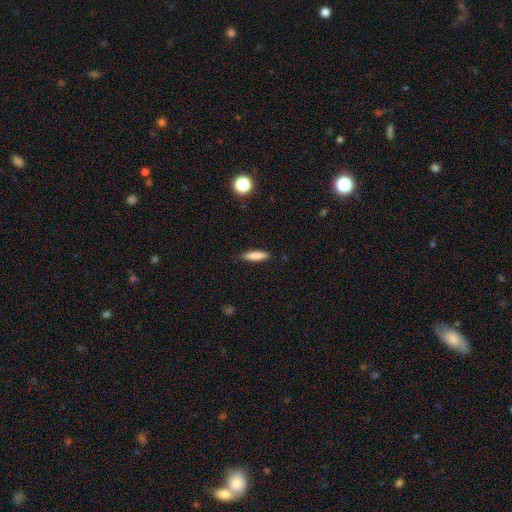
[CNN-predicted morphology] Smooth or featured? Predicted: smooth (p=0.84). How rounded? Predicted: cigar-shaped (p=0.73). Merging? Predicted: none (p=0.86).